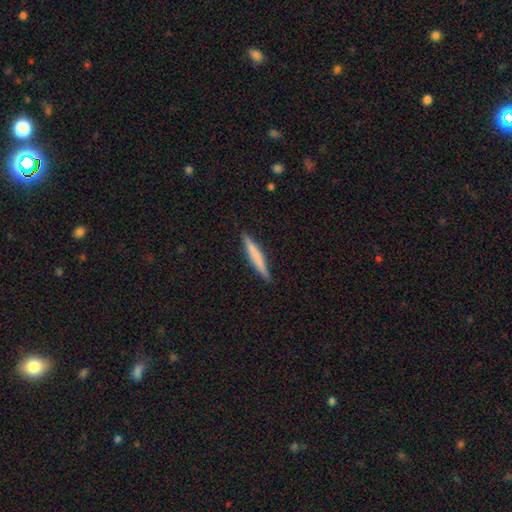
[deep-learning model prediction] smooth-or-featured: smooth: 67% | featured or disk: 28% | star or artifact: 6%
  how-rounded: cigar-shaped: 95% | in between: 4% | round: 1%
  merging: none: 88% | minor disturbance: 9% | major disturbance: 2% | merger: 1%